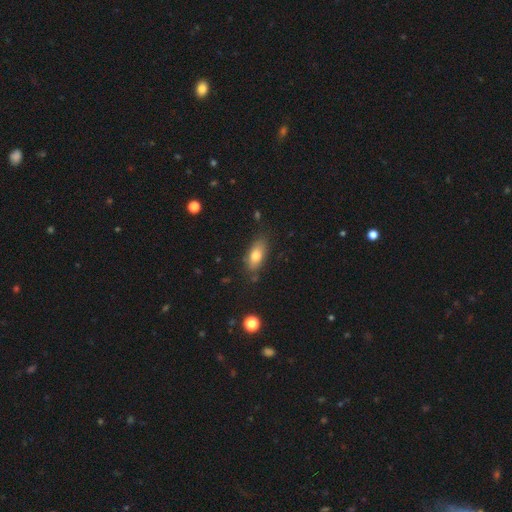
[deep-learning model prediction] The model was most divided on "merging": none: 76%, minor disturbance: 17%, major disturbance: 4%, merger: 3%. More confident: how rounded — in between (83%); smooth or featured — smooth (76%).